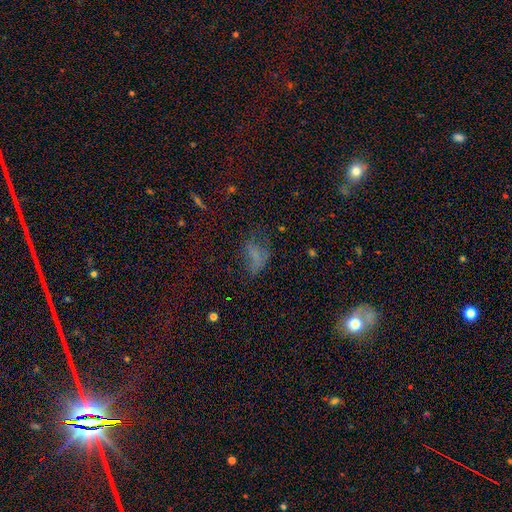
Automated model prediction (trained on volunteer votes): A smooth galaxy with no disk features (51%) that is in between round and cigar-shaped (78%).

Vote fractions:
- Smooth or featured? smooth: 51% / star or artifact: 27% / featured or disk: 22%
- How rounded? in between: 78% / round: 13% / cigar-shaped: 9%
- Merging? none: 36% / major disturbance: 35% / minor disturbance: 25% / merger: 4%